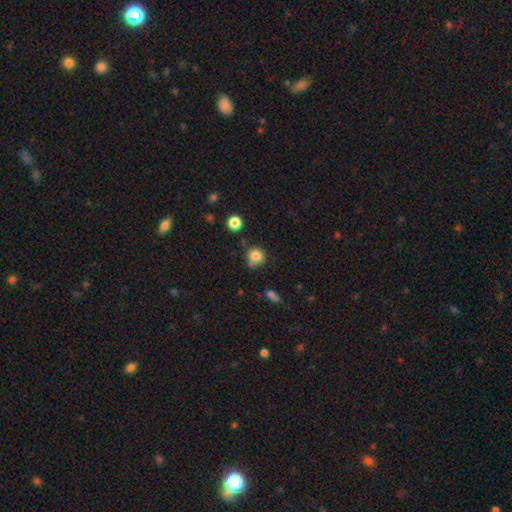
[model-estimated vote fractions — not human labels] A smooth galaxy with no disk features (82%) that is round (90%).

Vote fractions:
- Smooth or featured? smooth: 82% / star or artifact: 11% / featured or disk: 6%
- How rounded? round: 90% / in between: 9% / cigar-shaped: 1%
- Merging? none: 70% / minor disturbance: 17% / merger: 9% / major disturbance: 4%